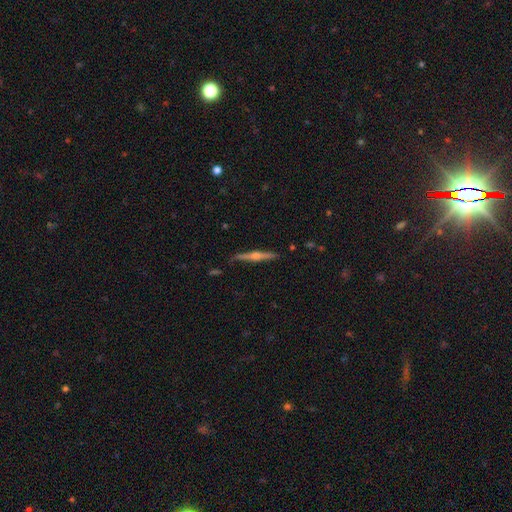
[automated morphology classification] The model was most divided on "smooth or featured": featured or disk: 78%, smooth: 16%, star or artifact: 6%. More confident: edge-on disk — yes (98%); edge-on bulge — rounded (89%); merging — none (88%).